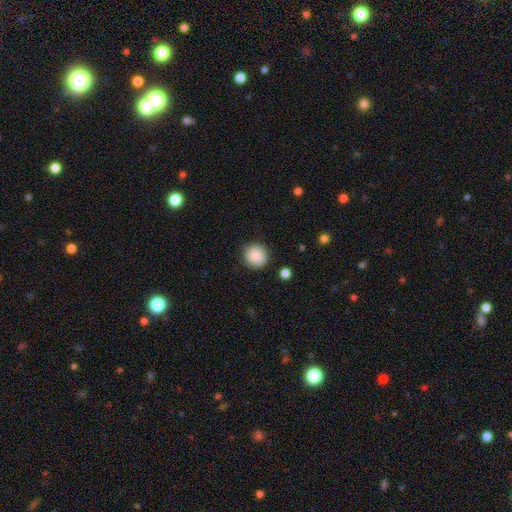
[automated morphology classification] This appears to be a smooth galaxy with no disk features (88%) that is round (94%). Merging: none (89%).